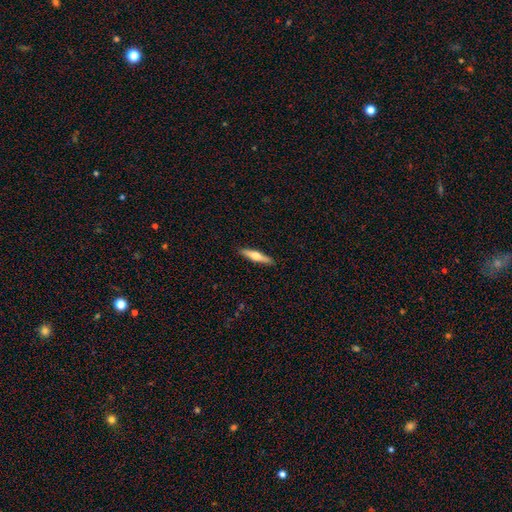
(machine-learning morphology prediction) Overall: smooth (49%; featured or disk 46%). Merging: none (90%).